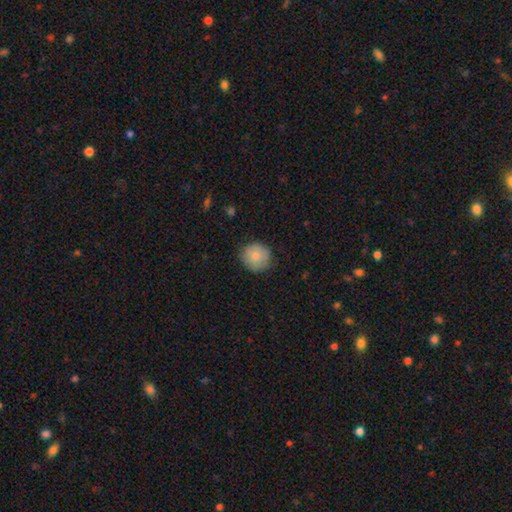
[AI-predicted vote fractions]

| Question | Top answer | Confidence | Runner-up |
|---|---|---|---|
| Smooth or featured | smooth | 81% | featured or disk (11%) |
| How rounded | round | 92% | in between (7%) |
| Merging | none | 82% | minor disturbance (14%) |